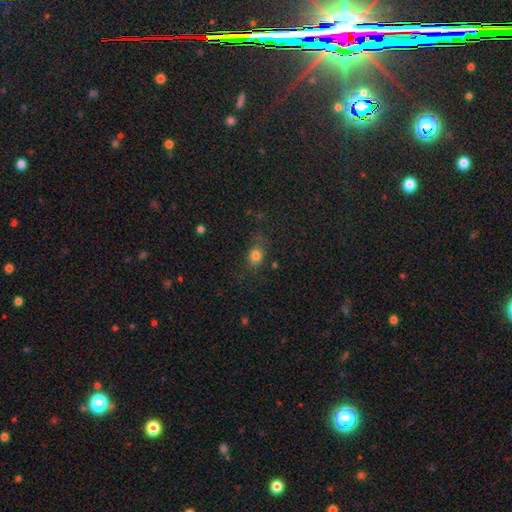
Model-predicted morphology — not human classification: Smooth or featured? Predicted: smooth (p=0.79). How rounded? Predicted: in between (p=0.50). Merging? Predicted: none (p=0.71).